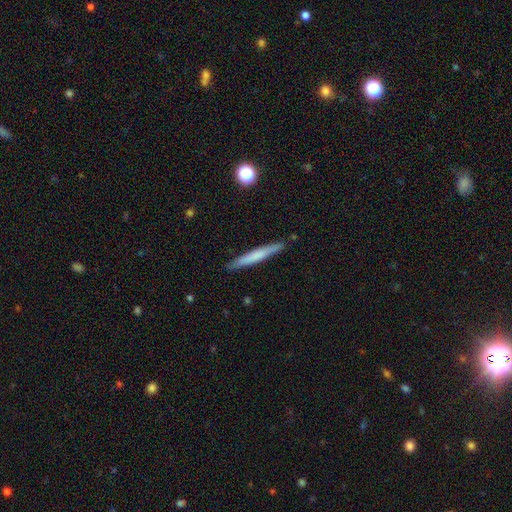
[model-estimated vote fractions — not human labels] Smooth or featured?
  - smooth: 61% *
  - featured or disk: 33%
  - star or artifact: 6%
How rounded?
  - cigar-shaped: 96% *
  - in between: 3%
  - round: 1%
Merging?
  - none: 89% *
  - minor disturbance: 8%
  - major disturbance: 1%
  - merger: 1%